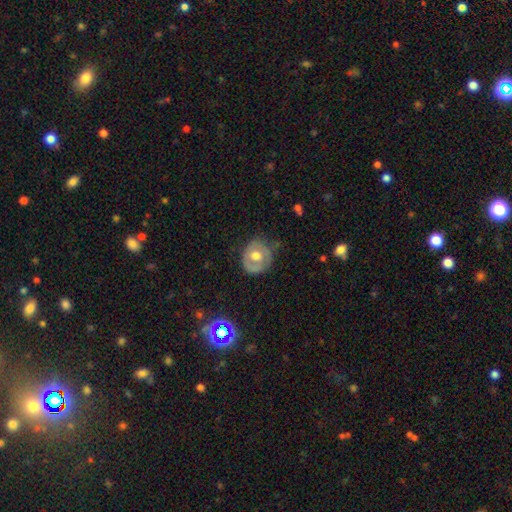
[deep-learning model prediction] Morphology: type=featured or disk (47%); merging=none (62%).